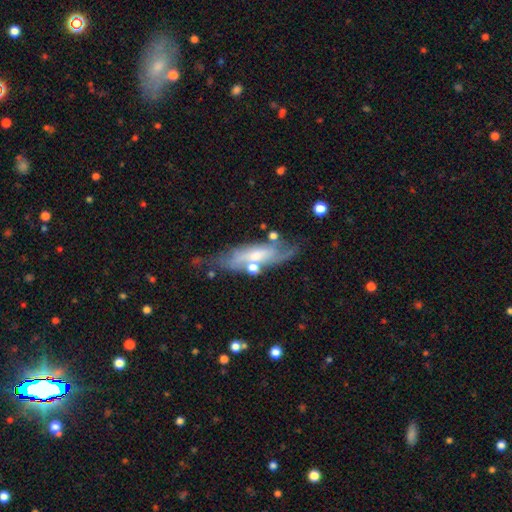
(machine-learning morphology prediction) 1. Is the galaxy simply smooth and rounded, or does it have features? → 66% featured or disk, 27% smooth, 7% star or artifact.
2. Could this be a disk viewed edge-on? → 69% no, 31% yes.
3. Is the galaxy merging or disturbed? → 53% none, 24% minor disturbance, 12% major disturbance, 11% merger.